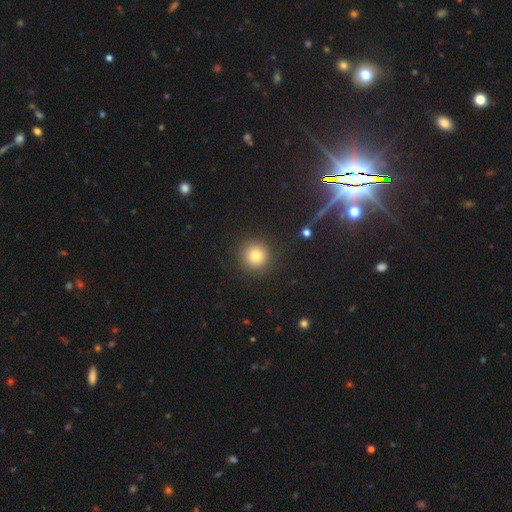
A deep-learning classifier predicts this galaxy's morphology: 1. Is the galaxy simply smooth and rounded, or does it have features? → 80% smooth, 12% star or artifact, 8% featured or disk.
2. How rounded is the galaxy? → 95% round, 4% in between, 1% cigar-shaped.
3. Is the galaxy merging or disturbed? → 90% none, 6% minor disturbance, 3% major disturbance, 1% merger.